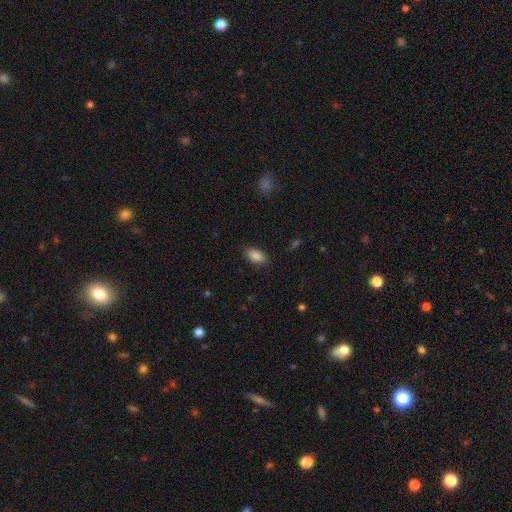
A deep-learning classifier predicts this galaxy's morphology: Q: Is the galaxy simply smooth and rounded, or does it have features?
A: smooth — 87%.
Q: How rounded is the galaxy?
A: in between — 92%.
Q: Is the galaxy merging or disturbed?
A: none — 86%.